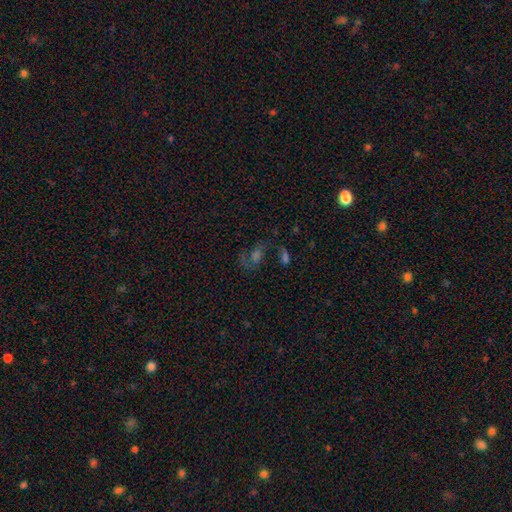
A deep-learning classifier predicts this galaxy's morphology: Smooth or featured?
  - featured or disk: 41% *
  - star or artifact: 30%
  - smooth: 29%
Merging?
  - none: 47% *
  - major disturbance: 24%
  - minor disturbance: 16%
  - merger: 13%